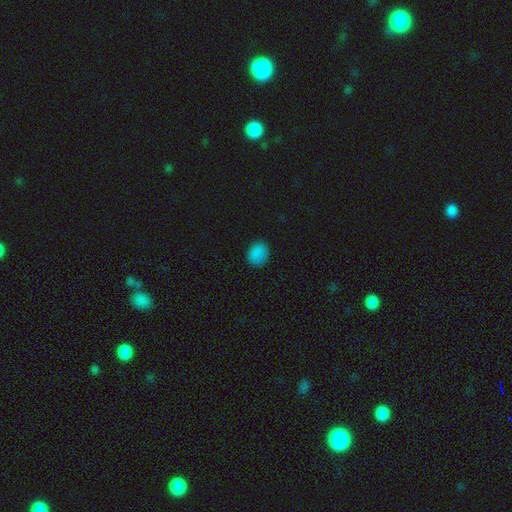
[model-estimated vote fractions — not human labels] Smooth or featured?
  - smooth: 84% *
  - star or artifact: 12%
  - featured or disk: 4%
How rounded?
  - in between: 56% *
  - round: 43%
  - cigar-shaped: 1%
Merging?
  - none: 85% *
  - minor disturbance: 12%
  - major disturbance: 2%
  - merger: 1%